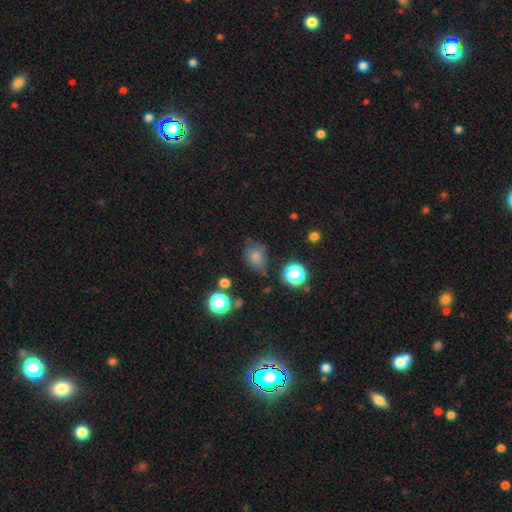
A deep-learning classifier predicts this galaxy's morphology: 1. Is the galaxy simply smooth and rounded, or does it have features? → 72% smooth, 16% star or artifact, 12% featured or disk.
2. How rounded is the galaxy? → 55% in between, 43% round, 2% cigar-shaped.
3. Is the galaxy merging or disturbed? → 56% none, 28% minor disturbance, 11% major disturbance, 4% merger.